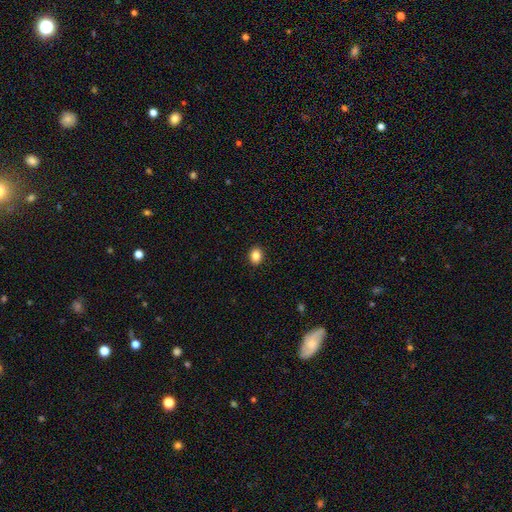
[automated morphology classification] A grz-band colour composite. It shows a smooth galaxy with no disk features (85%) that is in between round and cigar-shaped (52%). Merging: none (91%).